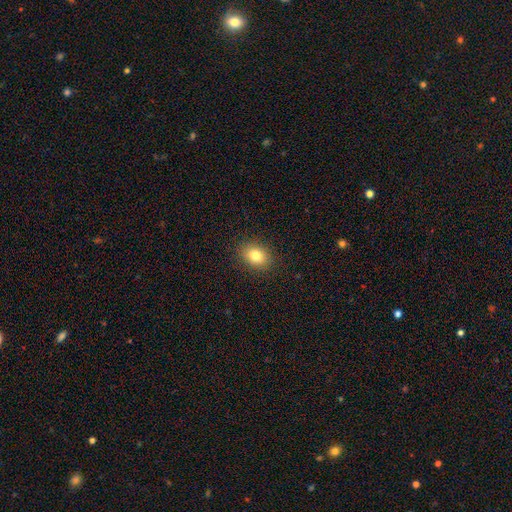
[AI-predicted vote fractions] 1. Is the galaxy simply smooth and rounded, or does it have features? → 81% smooth, 10% star or artifact, 9% featured or disk.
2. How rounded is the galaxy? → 67% in between, 32% round, 1% cigar-shaped.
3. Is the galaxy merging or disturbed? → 89% none, 8% minor disturbance, 2% major disturbance, 1% merger.